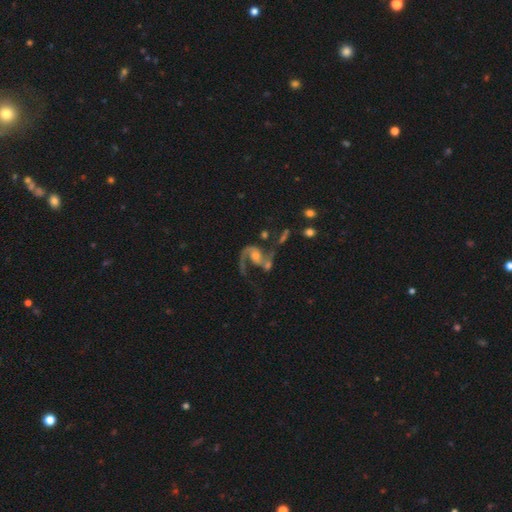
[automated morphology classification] featured or disk 86%, smooth 8%, star or artifact 7%. Down the decision tree: edge-on disk — no (98%); bar — no (53%); spiral arms — yes (95%); spiral arm count — 2 (66%); spiral winding — loose (47%); bulge size — moderate (52%); merging — none (32%).